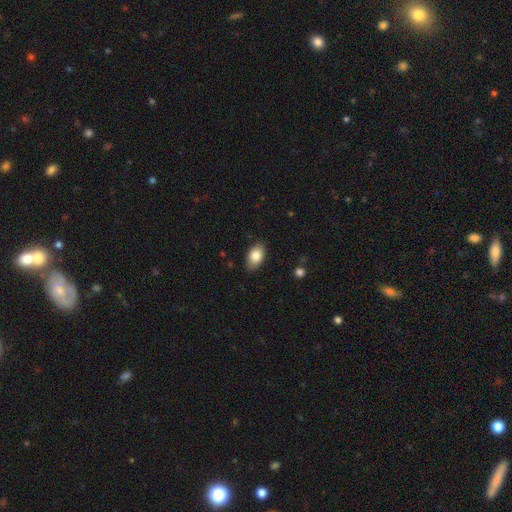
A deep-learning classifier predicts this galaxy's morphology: Overall: smooth (84%). How rounded: in between (90%). Merging: none (84%).